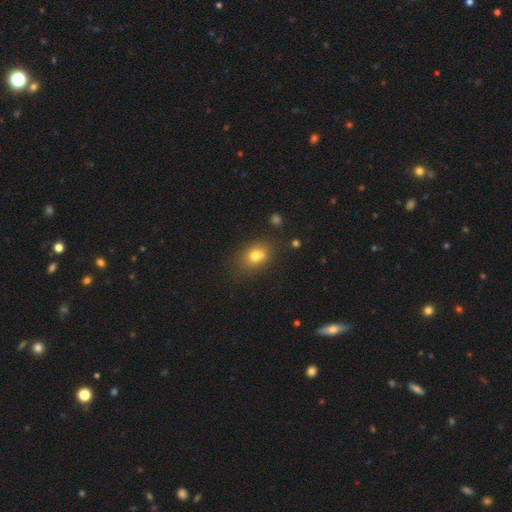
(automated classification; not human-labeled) smooth 76%, featured or disk 12%, star or artifact 12%. Down the decision tree: how rounded — in between (65%); merging — none (66%).